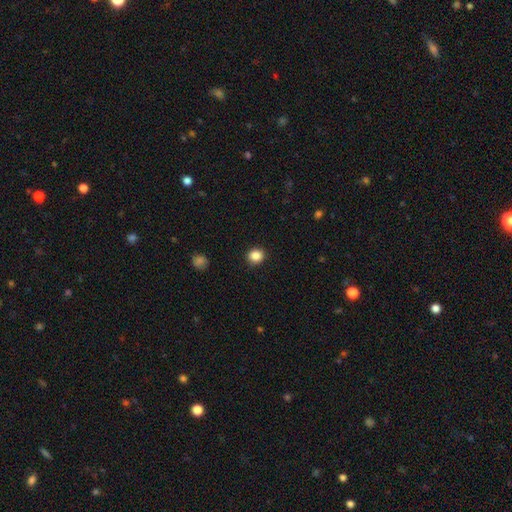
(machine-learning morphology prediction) Smooth or featured: smooth — 86% (star or artifact — 10%)
How rounded: round — 83% (in between — 16%)
Merging: none — 92% (minor disturbance — 6%)